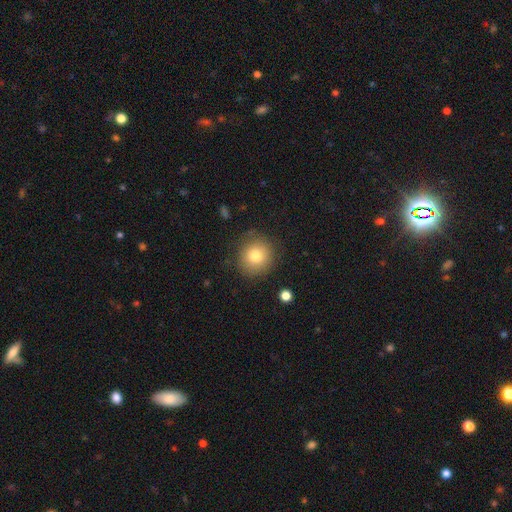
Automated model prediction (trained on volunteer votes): smooth-or-featured: smooth: 78% | featured or disk: 11% | star or artifact: 11%
  how-rounded: round: 89% | in between: 10% | cigar-shaped: 1%
  merging: none: 85% | minor disturbance: 10% | major disturbance: 3% | merger: 2%